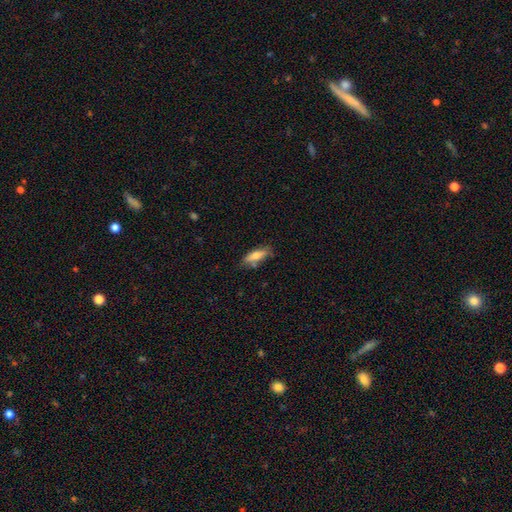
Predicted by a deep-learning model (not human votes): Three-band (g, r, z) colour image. It shows a smooth galaxy with no disk features (71%) that is in between round and cigar-shaped (57%). Merging: none (69%).